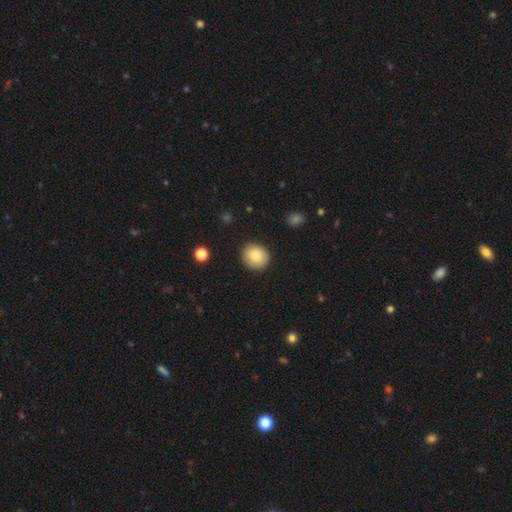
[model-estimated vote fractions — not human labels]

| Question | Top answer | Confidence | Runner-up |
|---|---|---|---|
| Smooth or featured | smooth | 84% | featured or disk (8%) |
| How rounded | round | 84% | in between (16%) |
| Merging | none | 88% | minor disturbance (9%) |